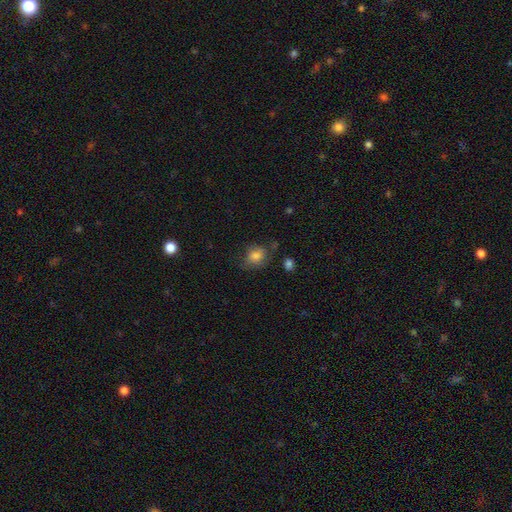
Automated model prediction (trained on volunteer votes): Smooth or featured: smooth — 77% (featured or disk — 12%)
How rounded: round — 50% (in between — 49%)
Merging: none — 59% (minor disturbance — 26%)